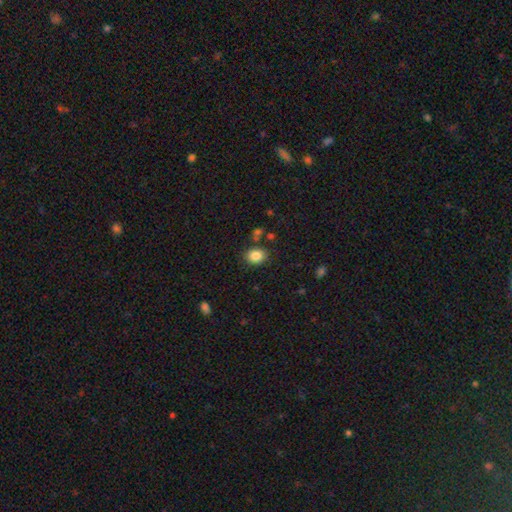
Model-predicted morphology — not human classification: smooth-or-featured: smooth: 85% | star or artifact: 10% | featured or disk: 5%
  how-rounded: in between: 50% | round: 49% | cigar-shaped: 1%
  merging: none: 82% | minor disturbance: 11% | merger: 5% | major disturbance: 3%